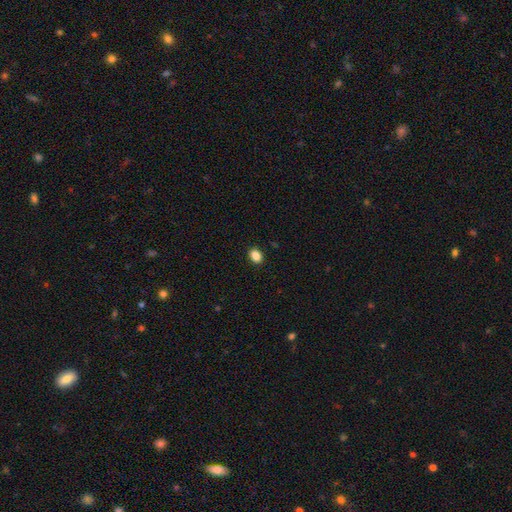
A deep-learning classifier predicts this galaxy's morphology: type=smooth (87%); roundness=in between (67%); merging=none (91%).